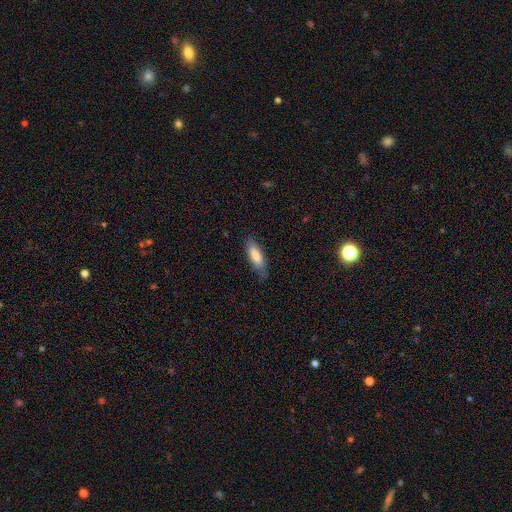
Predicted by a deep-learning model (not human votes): Smooth or featured? Predicted: smooth (p=0.79). How rounded? Predicted: in between (p=0.54). Merging? Predicted: none (p=0.74).